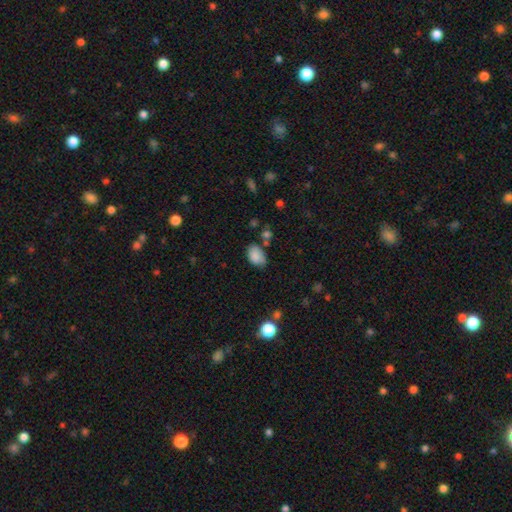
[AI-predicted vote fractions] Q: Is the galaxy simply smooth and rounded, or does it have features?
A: smooth — 83%.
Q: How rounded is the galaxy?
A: in between — 85%.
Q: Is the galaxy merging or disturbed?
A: none — 56%.